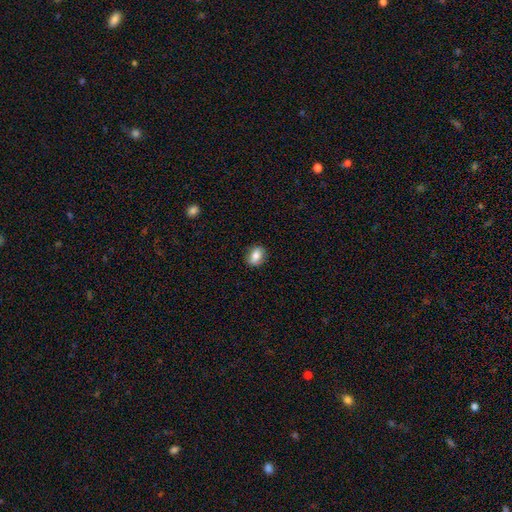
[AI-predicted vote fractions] This appears to be a smooth galaxy with no disk features (80%) that is in between round and cigar-shaped (71%). Merging: none (86%).